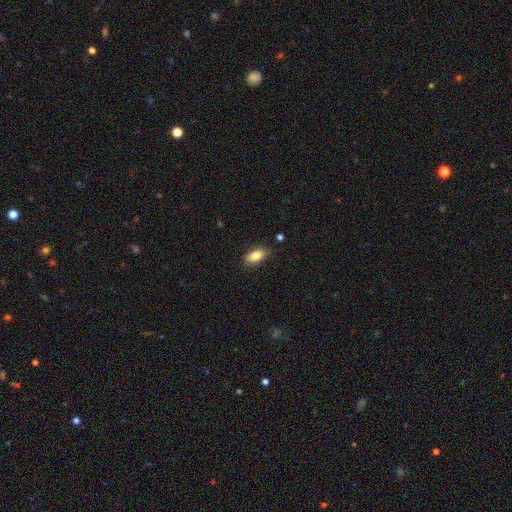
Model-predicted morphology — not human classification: Smooth or featured? smooth (82%)
How rounded? in between (87%)
Merging? none (84%)